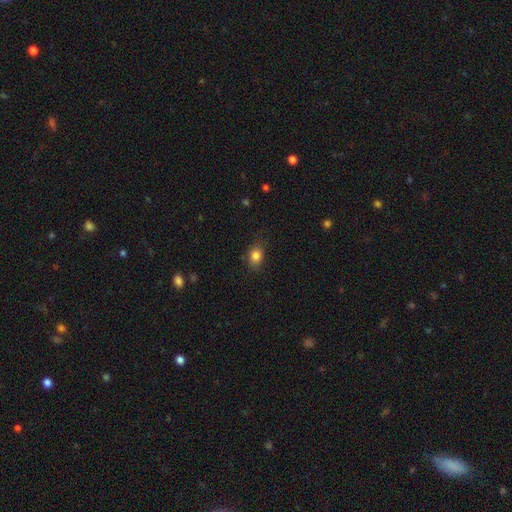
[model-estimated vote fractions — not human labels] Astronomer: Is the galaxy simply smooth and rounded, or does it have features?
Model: smooth — 84%.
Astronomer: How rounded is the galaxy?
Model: in between — 60% (runner-up: round, 39%).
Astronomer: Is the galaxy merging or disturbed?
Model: none — 78%.